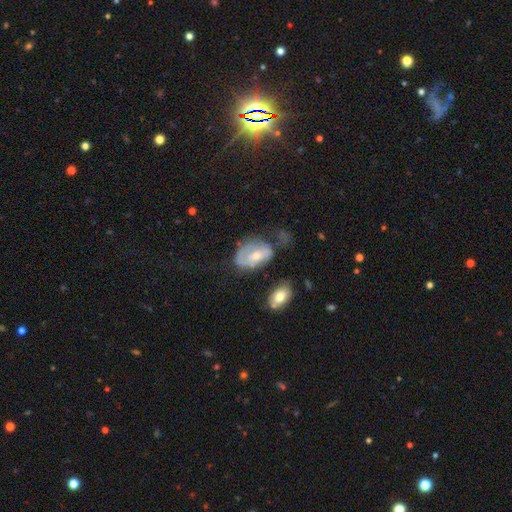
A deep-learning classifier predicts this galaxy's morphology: A featured or disk galaxy (49%).

Vote fractions:
- Smooth or featured? featured or disk: 49% / smooth: 44% / star or artifact: 7%
- Merging? none: 34% / minor disturbance: 29% / major disturbance: 27% / merger: 10%